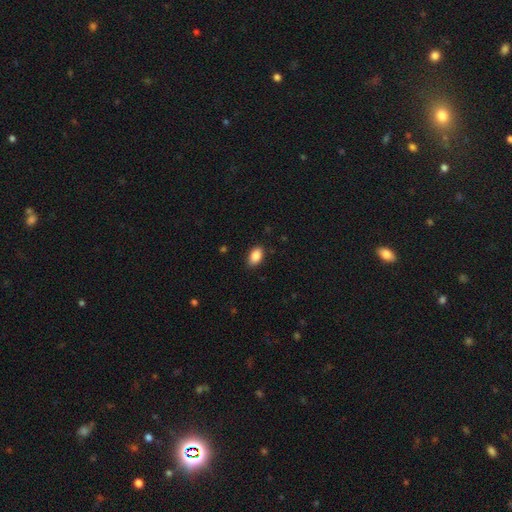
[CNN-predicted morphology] This is clearly a smooth galaxy (88%). How rounded: clearly in between (91%). Merging: clearly none (87%).